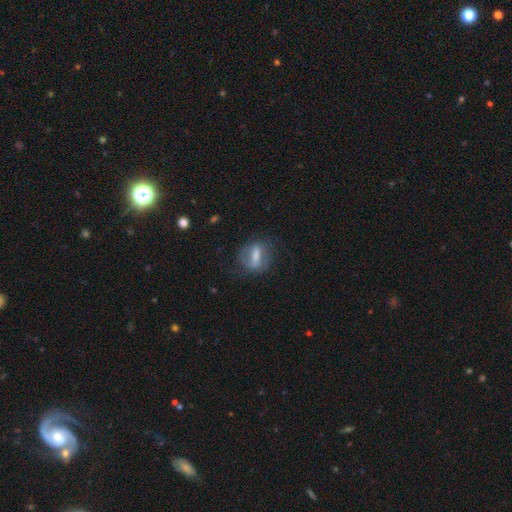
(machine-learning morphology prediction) Q: Smooth or featured?
A: smooth (46%); runner-up: featured or disk (44%)
Q: Merging?
A: none (60%); runner-up: minor disturbance (21%)